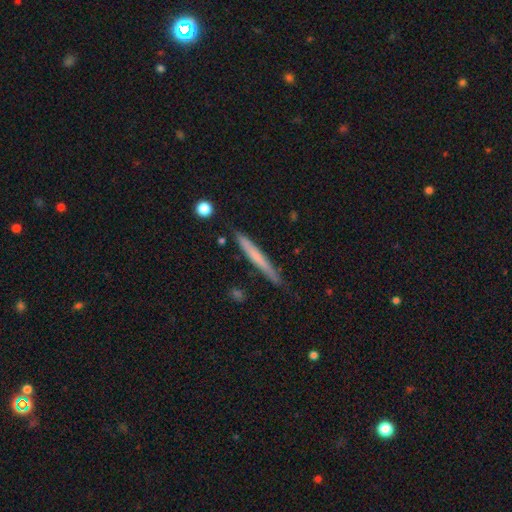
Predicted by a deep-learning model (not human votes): Q: Smooth or featured?
A: smooth (56%); runner-up: featured or disk (39%)
Q: How rounded?
A: cigar-shaped (97%); runner-up: in between (2%)
Q: Merging?
A: none (86%); runner-up: minor disturbance (11%)